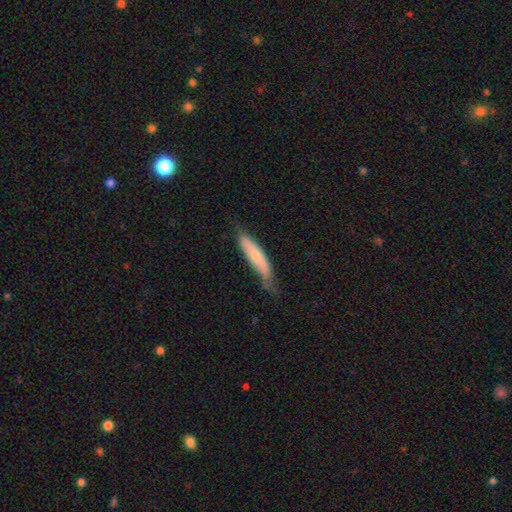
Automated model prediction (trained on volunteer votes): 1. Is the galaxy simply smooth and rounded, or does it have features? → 67% smooth, 27% featured or disk, 6% star or artifact.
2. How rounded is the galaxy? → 78% cigar-shaped, 20% in between, 2% round.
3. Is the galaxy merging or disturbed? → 53% none, 35% minor disturbance, 9% major disturbance, 2% merger.